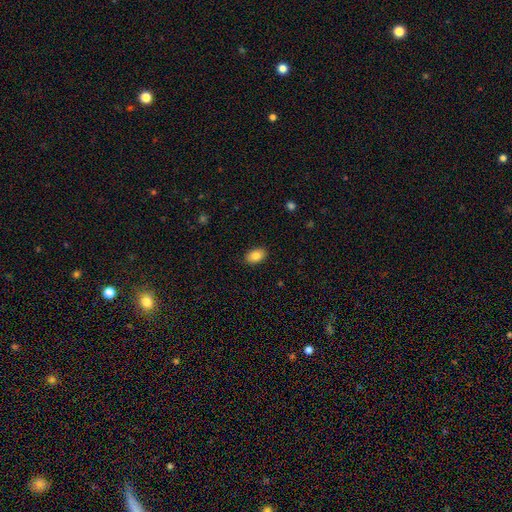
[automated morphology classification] Smooth or featured?
  - smooth: 85% *
  - star or artifact: 8%
  - featured or disk: 7%
How rounded?
  - in between: 89% *
  - round: 10%
  - cigar-shaped: 1%
Merging?
  - none: 88% *
  - minor disturbance: 9%
  - major disturbance: 2%
  - merger: 1%